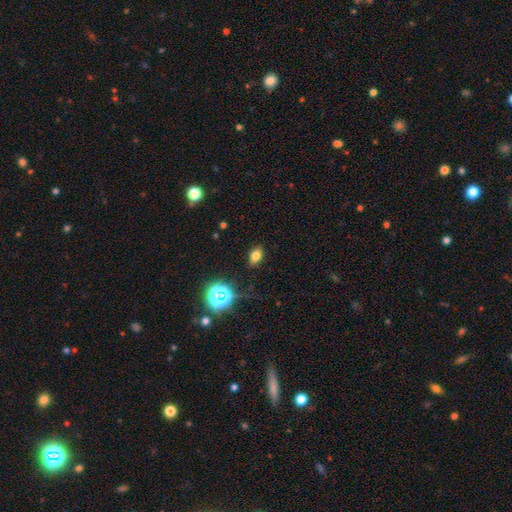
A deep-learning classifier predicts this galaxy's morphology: Smooth or featured? Predicted: smooth (p=0.73). How rounded? Predicted: in between (p=0.82). Merging? Predicted: none (p=0.85).